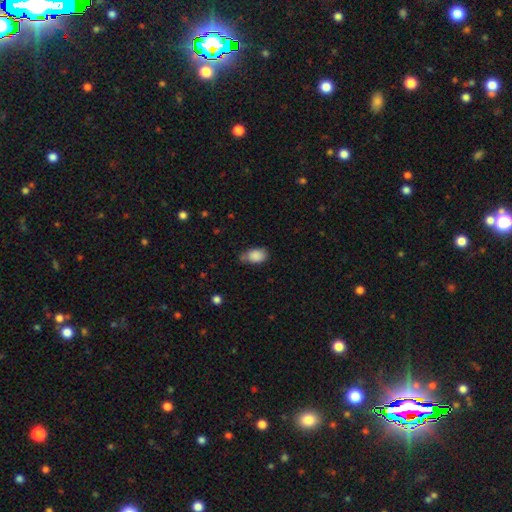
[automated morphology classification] Smooth or featured?
  - smooth: 87% *
  - star or artifact: 8%
  - featured or disk: 5%
How rounded?
  - in between: 83% *
  - round: 16%
  - cigar-shaped: 1%
Merging?
  - none: 55% *
  - minor disturbance: 32%
  - major disturbance: 7%
  - merger: 6%